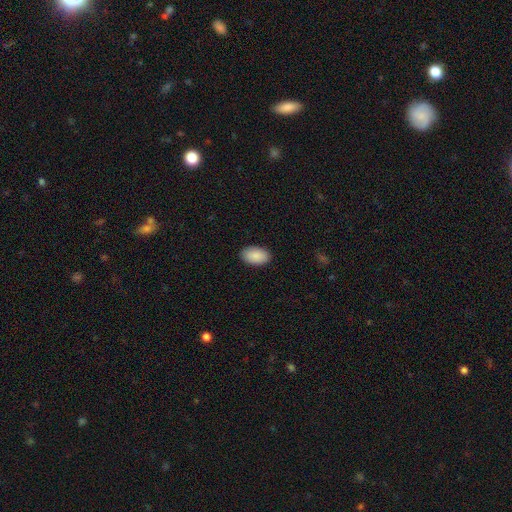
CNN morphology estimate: This is clearly a smooth galaxy (90%). How rounded: clearly in between (95%). Merging: clearly none (90%).